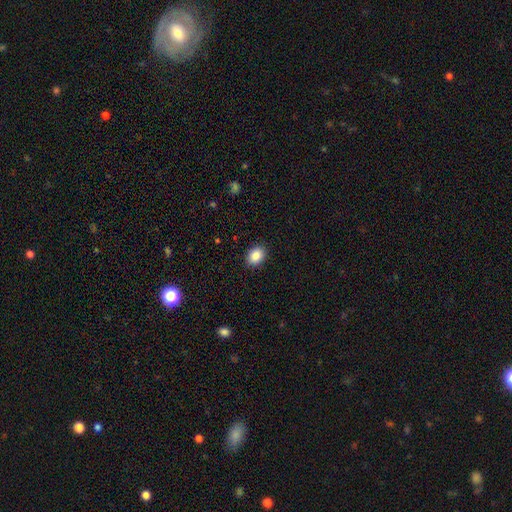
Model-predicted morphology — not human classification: Overall: smooth (89%). How rounded: in between (65%; round 34%). Merging: none (89%).